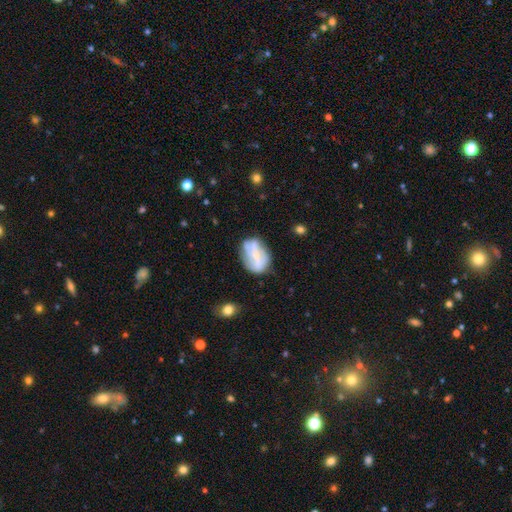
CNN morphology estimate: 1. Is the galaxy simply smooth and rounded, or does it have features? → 57% featured or disk, 35% smooth, 8% star or artifact.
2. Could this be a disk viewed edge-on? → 95% no, 5% yes.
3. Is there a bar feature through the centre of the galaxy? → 48% no, 32% weak, 20% strong.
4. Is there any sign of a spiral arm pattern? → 53% yes, 47% no.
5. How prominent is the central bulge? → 64% small, 21% moderate, 12% none, 2% large, 1% dominant.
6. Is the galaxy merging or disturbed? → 58% none, 26% minor disturbance, 12% major disturbance, 5% merger.